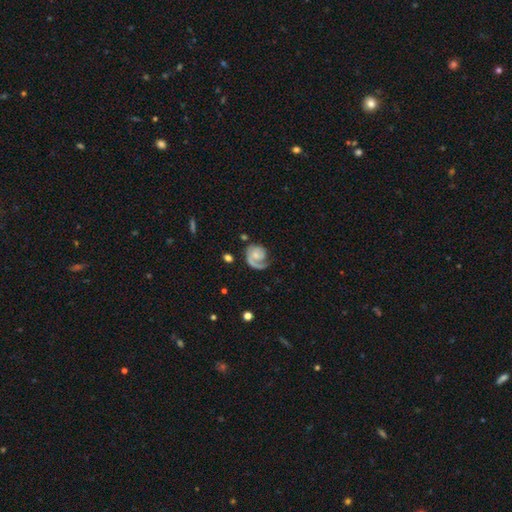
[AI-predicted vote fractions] Overall: featured or disk (77%). Edge-on disk: no (98%). Bar: no (71%). Spiral arms: yes (94%). Spiral arm count: 1 (75%). Spiral winding: tight (46%; medium 35%). Bulge size: small (55%; moderate 24%). Merging: none (57%; major disturbance 21%).